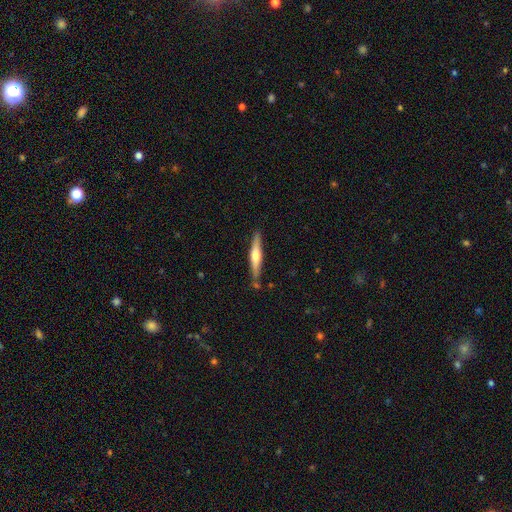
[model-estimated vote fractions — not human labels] A featured or disk galaxy (56%) viewed edge-on (96%) with a rounded central bulge (88%).

Vote fractions:
- Smooth or featured? featured or disk: 56% / smooth: 39% / star or artifact: 5%
- Edge-on disk? yes: 96% / no: 4%
- Edge-on bulge? rounded: 88% / boxy: 6% / none: 6%
- Merging? none: 82% / minor disturbance: 12% / merger: 4% / major disturbance: 2%